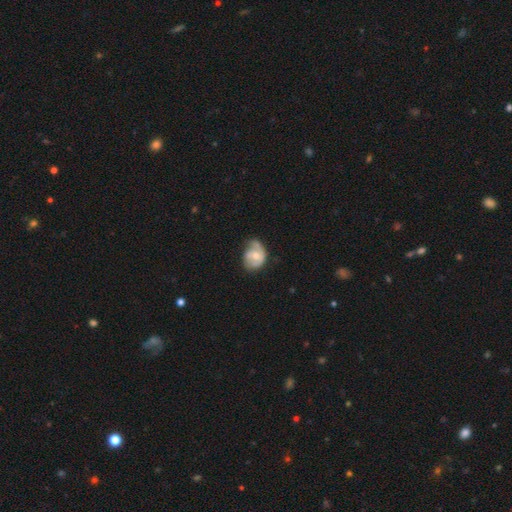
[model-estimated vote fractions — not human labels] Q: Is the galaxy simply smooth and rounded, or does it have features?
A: featured or disk — 56%.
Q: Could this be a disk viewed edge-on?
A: no — 97%.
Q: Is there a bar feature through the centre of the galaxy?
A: no — 67%.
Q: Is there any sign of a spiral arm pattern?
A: yes — 72%.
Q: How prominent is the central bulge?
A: moderate — 57%.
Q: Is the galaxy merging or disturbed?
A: none — 37%, tied with minor disturbance.